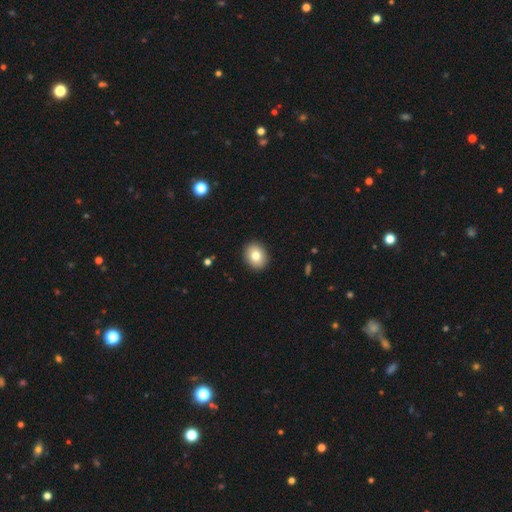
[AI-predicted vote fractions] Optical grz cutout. It shows a smooth galaxy with no disk features (80%) that is round (57%). Merging: none (92%).